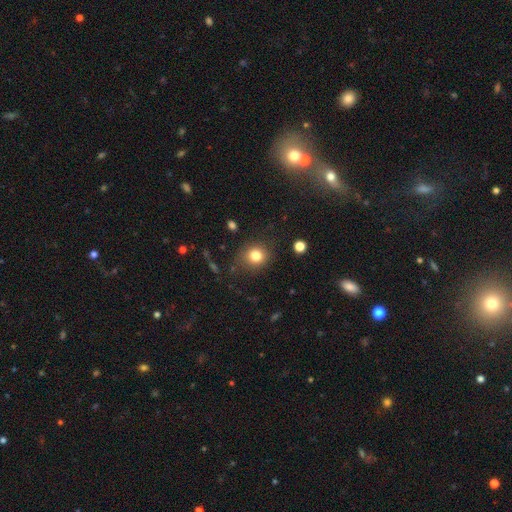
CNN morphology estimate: This is clearly a smooth galaxy (81%). How rounded: clearly round (81%). Merging: clearly none (83%).